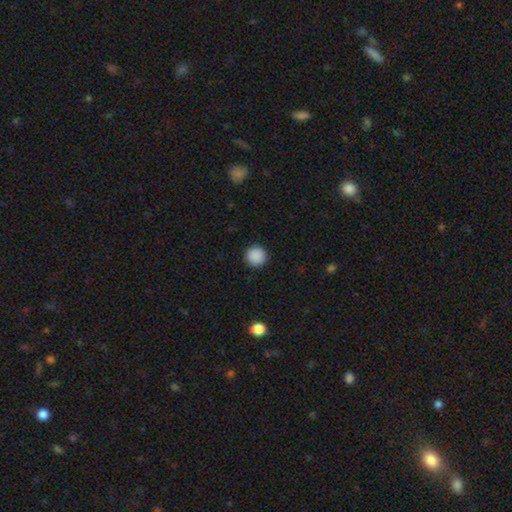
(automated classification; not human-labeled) Smooth or featured: smooth — 89% (star or artifact — 8%)
How rounded: round — 96% (in between — 3%)
Merging: none — 93% (minor disturbance — 5%)